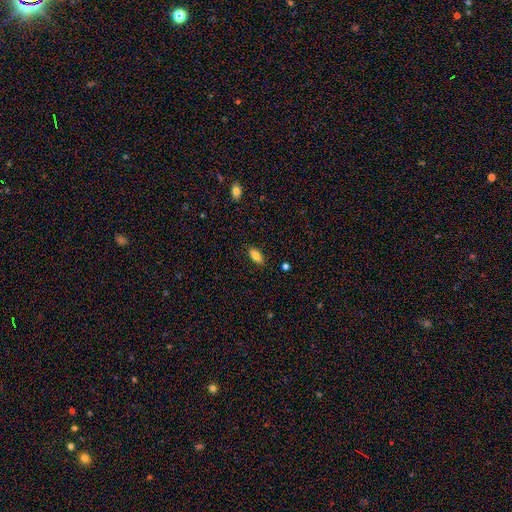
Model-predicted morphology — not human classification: Overall: smooth (84%). How rounded: in between (86%). Merging: none (87%).